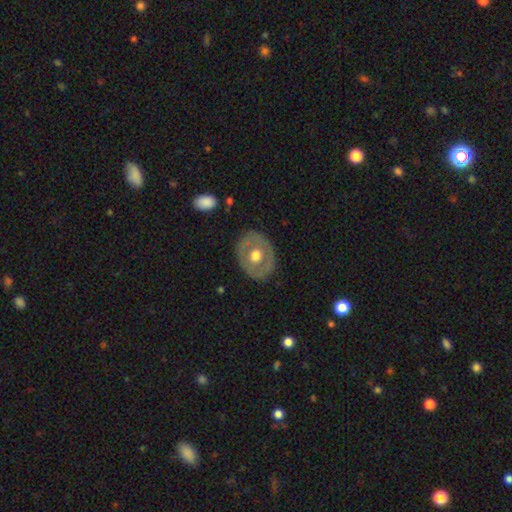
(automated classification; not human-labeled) A featured or disk galaxy (49%). Merging: none (82%).